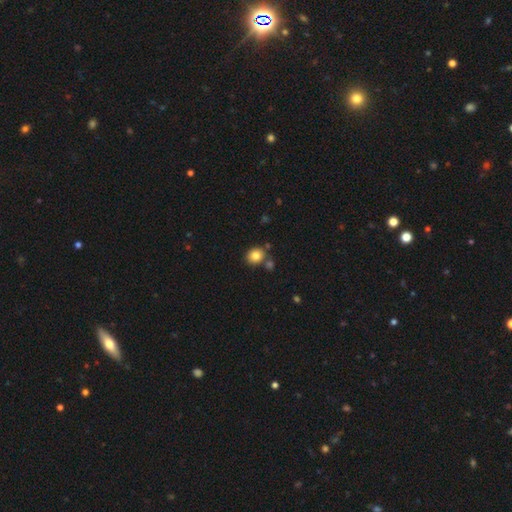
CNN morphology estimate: Smooth or featured: smooth — 82% (star or artifact — 10%)
How rounded: round — 71% (in between — 28%)
Merging: none — 73% (merger — 14%)